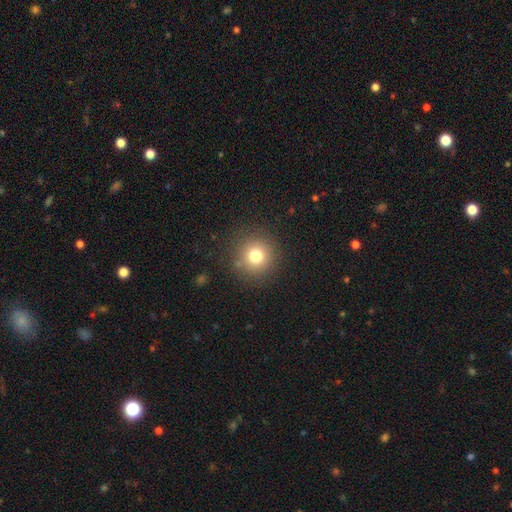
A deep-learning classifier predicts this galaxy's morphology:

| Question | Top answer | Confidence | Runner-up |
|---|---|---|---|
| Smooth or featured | smooth | 77% | star or artifact (14%) |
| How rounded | round | 94% | in between (5%) |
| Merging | none | 88% | minor disturbance (7%) |